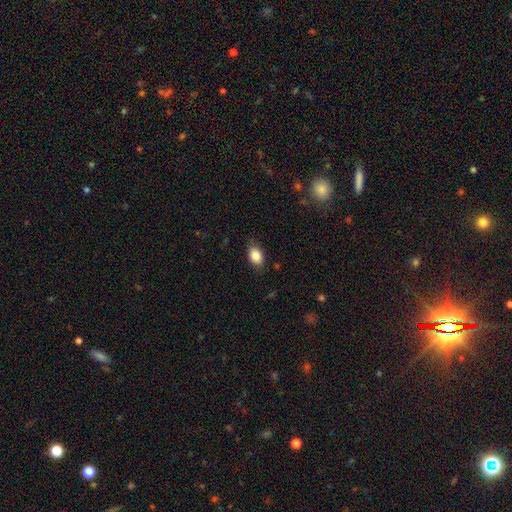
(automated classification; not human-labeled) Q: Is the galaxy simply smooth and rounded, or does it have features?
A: smooth — 84%.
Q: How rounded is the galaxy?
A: in between — 81%.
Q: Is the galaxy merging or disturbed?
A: none — 81%.